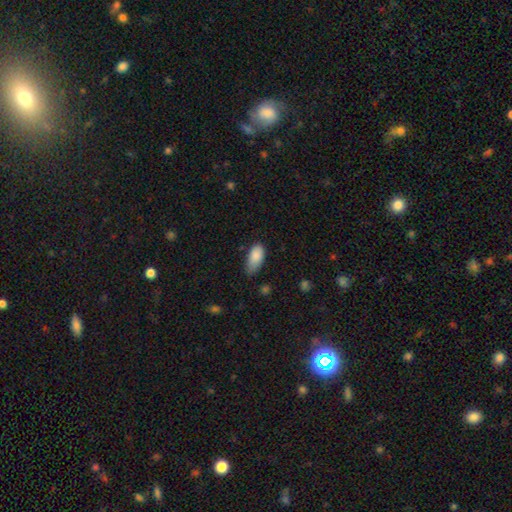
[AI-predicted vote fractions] smooth 88%, star or artifact 7%, featured or disk 6%. Down the decision tree: how rounded — in between (90%); merging — none (49%).